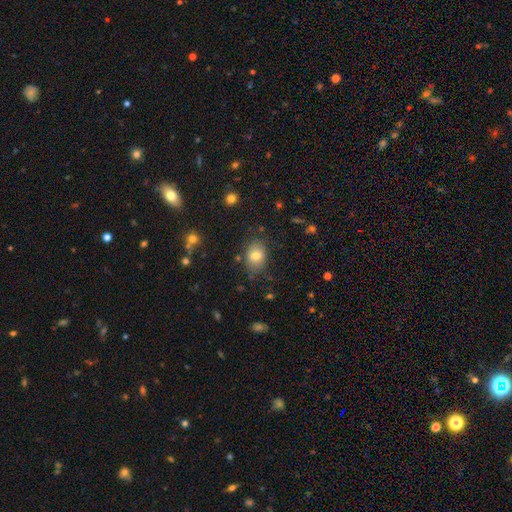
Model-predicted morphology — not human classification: A smooth galaxy with no disk features (77%) that is in between round and cigar-shaped (68%).

Vote fractions:
- Smooth or featured? smooth: 77% / featured or disk: 12% / star or artifact: 11%
- How rounded? in between: 68% / round: 31% / cigar-shaped: 1%
- Merging? none: 78% / minor disturbance: 16% / major disturbance: 4% / merger: 2%